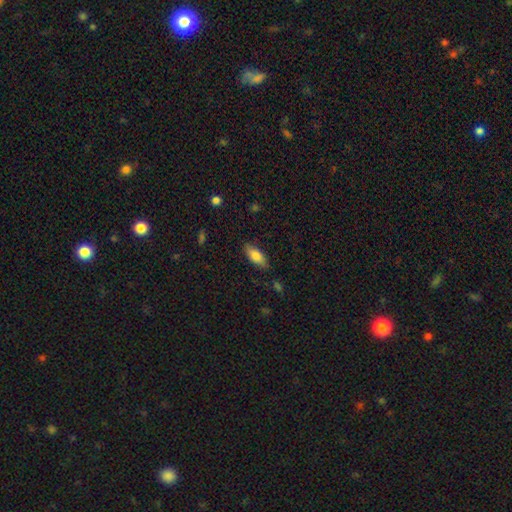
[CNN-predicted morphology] smooth-or-featured: smooth: 79% | featured or disk: 15% | star or artifact: 7%
  how-rounded: in between: 81% | cigar-shaped: 17% | round: 2%
  merging: none: 83% | minor disturbance: 13% | major disturbance: 3% | merger: 1%